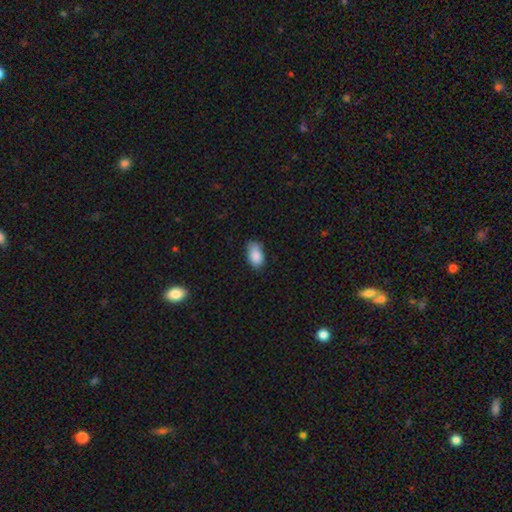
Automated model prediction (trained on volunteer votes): Smooth or featured?
  - smooth: 88% *
  - star or artifact: 7%
  - featured or disk: 5%
How rounded?
  - in between: 92% *
  - round: 6%
  - cigar-shaped: 2%
Merging?
  - none: 68% *
  - minor disturbance: 27%
  - major disturbance: 4%
  - merger: 1%